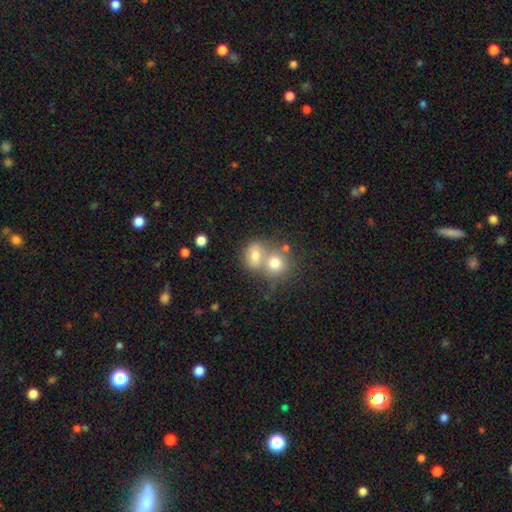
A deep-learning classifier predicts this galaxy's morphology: Overall: smooth (61%; featured or disk 22%). How rounded: round (66%; in between 32%). Merging: merger (66%).